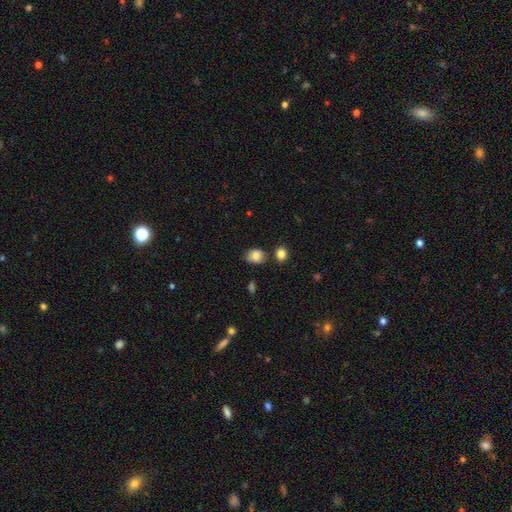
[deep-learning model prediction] smooth 83%, star or artifact 9%, featured or disk 8%. Down the decision tree: how rounded — in between (51%); merging — none (70%).